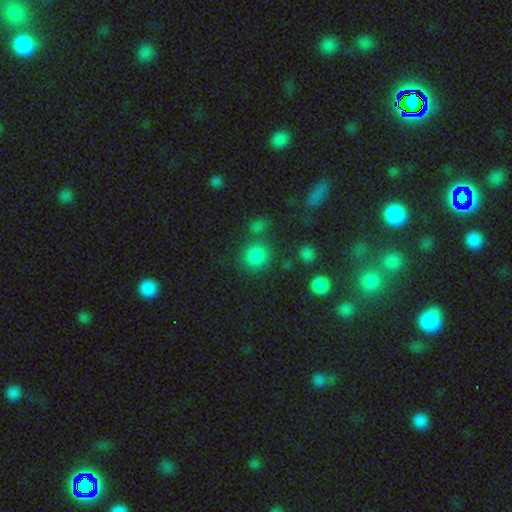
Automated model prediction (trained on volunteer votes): Q: Smooth or featured?
A: smooth (78%); runner-up: star or artifact (18%)
Q: How rounded?
A: round (87%); runner-up: in between (12%)
Q: Merging?
A: none (73%); runner-up: merger (11%)